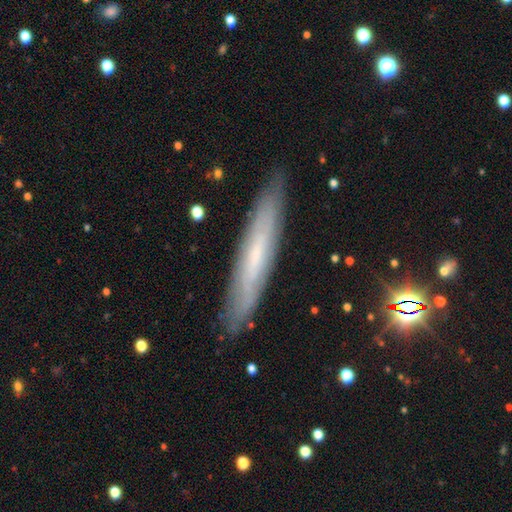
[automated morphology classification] Overall: featured or disk (50%; smooth 42%). Merging: none (87%).